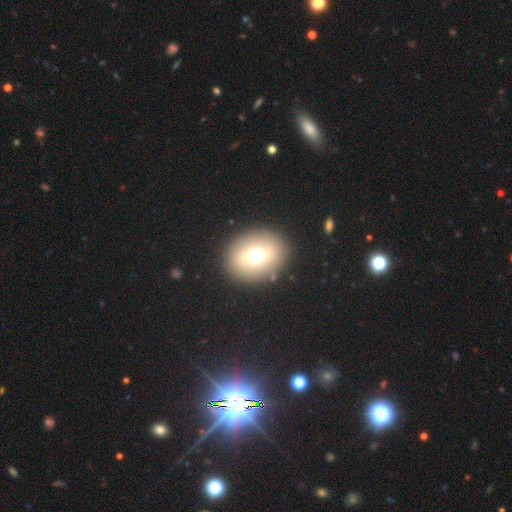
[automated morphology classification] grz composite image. It shows a smooth galaxy with no disk features (65%) that is round (57%). Merging: none (86%).